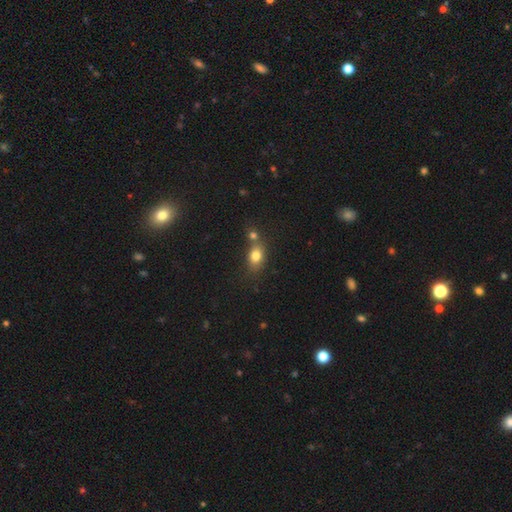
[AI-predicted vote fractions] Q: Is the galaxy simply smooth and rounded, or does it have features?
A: smooth — 79%.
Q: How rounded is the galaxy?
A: in between — 64%.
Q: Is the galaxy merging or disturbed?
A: none — 47%.